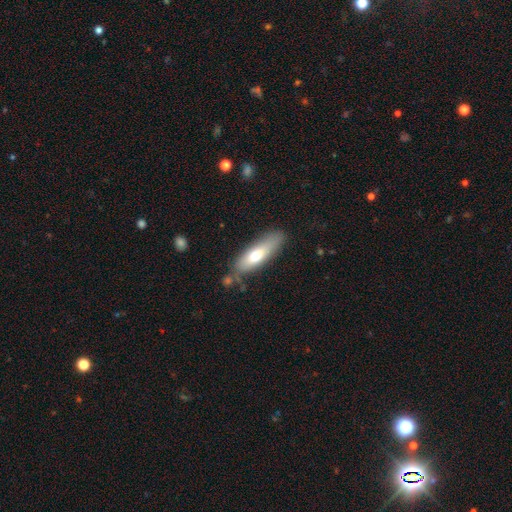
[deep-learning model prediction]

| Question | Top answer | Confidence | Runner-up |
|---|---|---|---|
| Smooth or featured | smooth | 66% | featured or disk (27%) |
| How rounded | cigar-shaped | 53% | in between (45%) |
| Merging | none | 73% | minor disturbance (16%) |